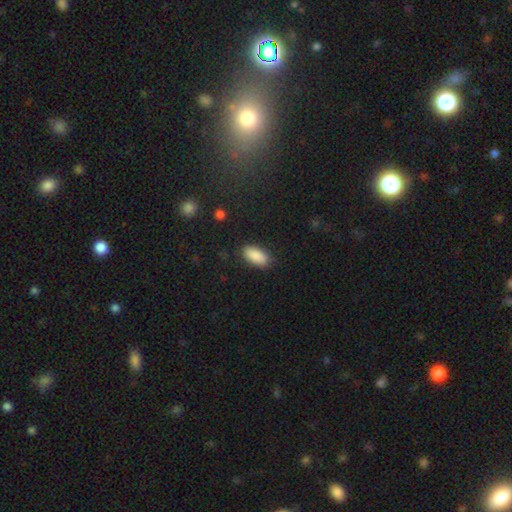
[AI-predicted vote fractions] Overall: smooth (89%). How rounded: in between (90%). Merging: none (87%).